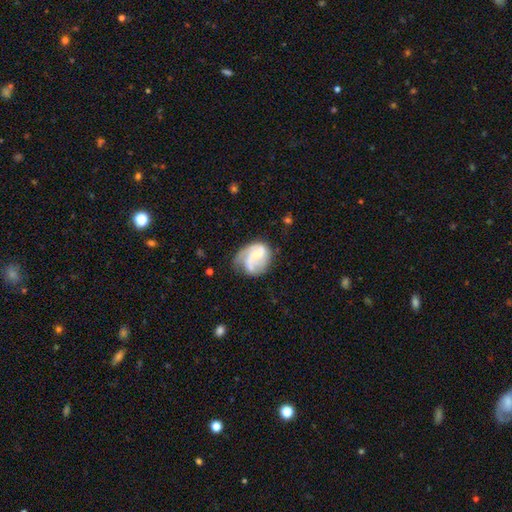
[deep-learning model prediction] A featured or disk galaxy (72%) with no bar (54%), 2 (49%) medium (46%) spiral arms (91%) and a small central bulge (52%).

Vote fractions:
- Smooth or featured? featured or disk: 72% / smooth: 22% / star or artifact: 6%
- Edge-on disk? no: 98% / yes: 2%
- Bar? no: 54% / weak: 38% / strong: 8%
- Spiral arms? yes: 91% / no: 9%
- Spiral winding? medium: 46% / tight: 28% / loose: 26%
- Spiral arm count? 2: 49% / 3: 23% / can't tell: 15% / 1: 7% / 4: 3% / more than 4: 3%
- Bulge size? small: 52% / moderate: 30% / none: 13% / large: 3% / dominant: 1%
- Merging? none: 49% / minor disturbance: 28% / major disturbance: 19% / merger: 4%